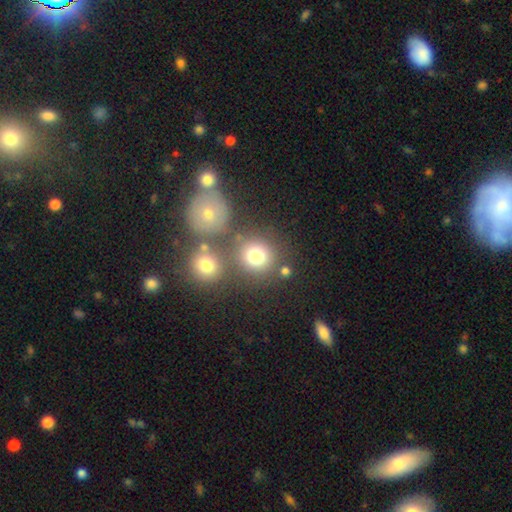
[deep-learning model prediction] A smooth galaxy with no disk features (77%) that is round (87%). Merging: none (68%).